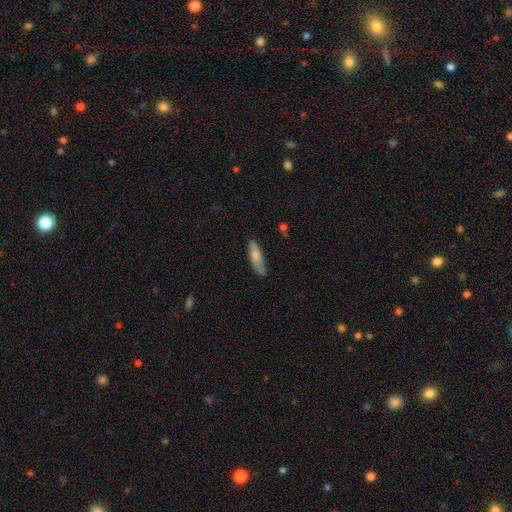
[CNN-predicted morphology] Smooth or featured?
  - smooth: 71% *
  - featured or disk: 23%
  - star or artifact: 6%
How rounded?
  - cigar-shaped: 65% *
  - in between: 33%
  - round: 2%
Merging?
  - none: 74% *
  - minor disturbance: 20%
  - major disturbance: 4%
  - merger: 2%